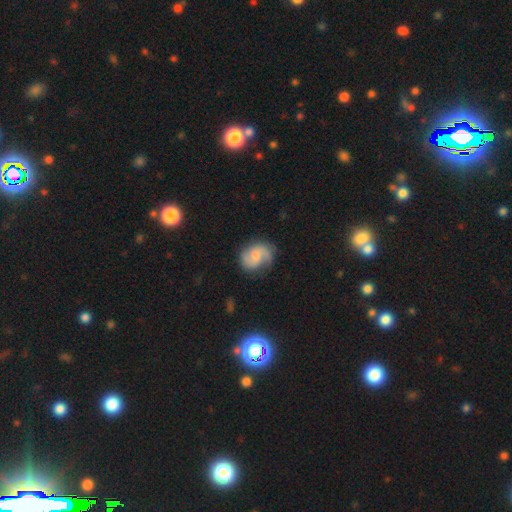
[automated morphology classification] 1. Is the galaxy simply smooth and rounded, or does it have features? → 71% featured or disk, 23% smooth, 7% star or artifact.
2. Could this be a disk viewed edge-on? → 98% no, 2% yes.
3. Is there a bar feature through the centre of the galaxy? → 54% no, 40% weak, 5% strong.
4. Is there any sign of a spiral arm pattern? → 94% yes, 6% no.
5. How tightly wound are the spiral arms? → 47% medium, 31% loose, 22% tight.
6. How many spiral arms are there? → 80% 2, 9% 1, 7% can't tell, 2% 3, 1% 4, 1% more than 4.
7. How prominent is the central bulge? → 50% moderate, 38% small, 7% none, 4% large, 1% dominant.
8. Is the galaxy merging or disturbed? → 71% none, 20% minor disturbance, 7% major disturbance, 2% merger.